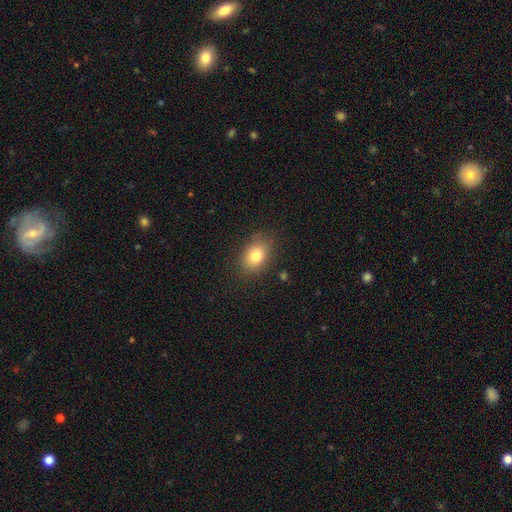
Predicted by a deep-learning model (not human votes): A smooth galaxy with no disk features (80%) that is in between round and cigar-shaped (74%).

Vote fractions:
- Smooth or featured? smooth: 80% / featured or disk: 11% / star or artifact: 10%
- How rounded? in between: 74% / round: 25% / cigar-shaped: 1%
- Merging? none: 85% / minor disturbance: 11% / major disturbance: 3% / merger: 1%